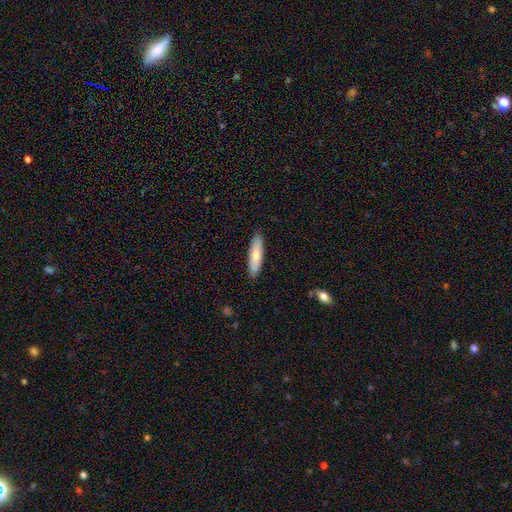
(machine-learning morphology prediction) Smooth or featured? Predicted: smooth (p=0.73). How rounded? Predicted: cigar-shaped (p=0.64). Merging? Predicted: none (p=0.89).